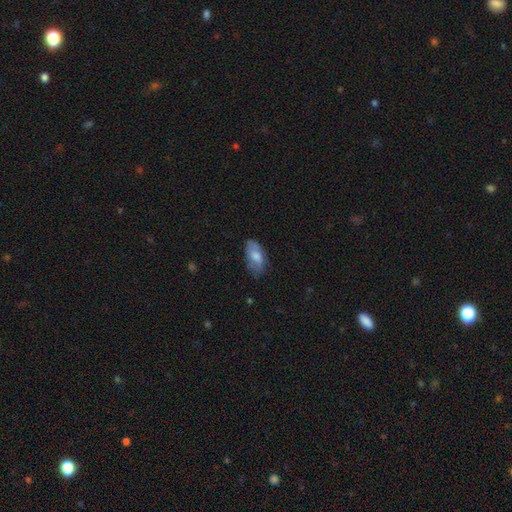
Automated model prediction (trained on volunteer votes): A smooth galaxy with no disk features (70%) that is in between round and cigar-shaped (92%).

Vote fractions:
- Smooth or featured? smooth: 70% / featured or disk: 24% / star or artifact: 7%
- How rounded? in between: 92% / cigar-shaped: 4% / round: 3%
- Merging? none: 64% / minor disturbance: 28% / major disturbance: 7% / merger: 2%